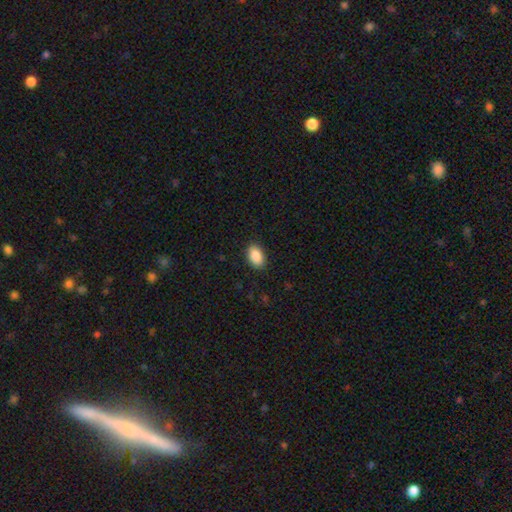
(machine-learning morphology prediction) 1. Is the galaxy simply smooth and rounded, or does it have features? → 89% smooth, 7% star or artifact, 4% featured or disk.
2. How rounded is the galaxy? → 90% in between, 8% round, 1% cigar-shaped.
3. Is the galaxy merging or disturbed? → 89% none, 8% minor disturbance, 2% major disturbance, 1% merger.